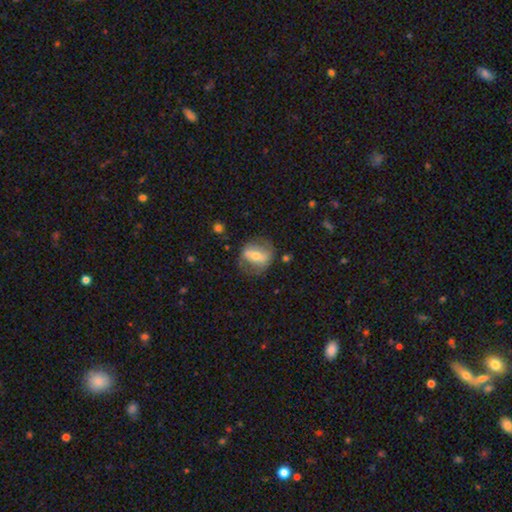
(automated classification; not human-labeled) smooth_or_featured: featured or disk (p=0.56) [alt: smooth p=0.37]
disk_edge_on: no (p=0.82) [alt: yes p=0.18]
merging: none (p=0.68) [alt: minor disturbance p=0.19]